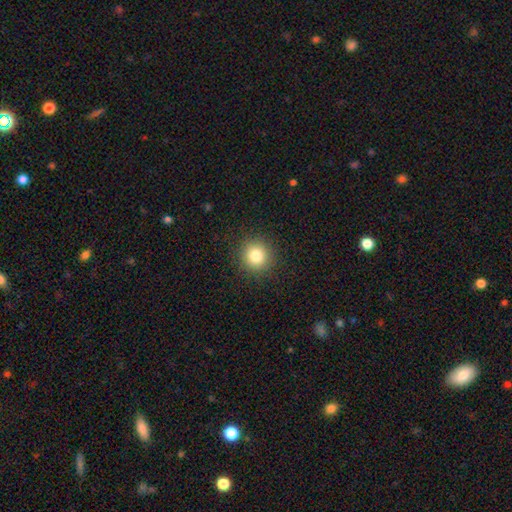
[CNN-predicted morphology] Smooth or featured? Predicted: smooth (p=0.82). How rounded? Predicted: round (p=0.93). Merging? Predicted: none (p=0.91).